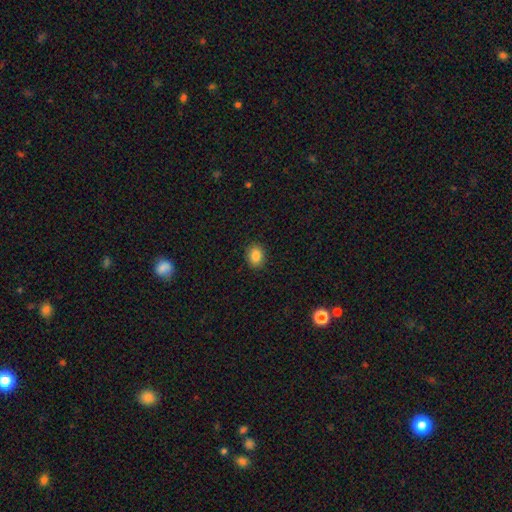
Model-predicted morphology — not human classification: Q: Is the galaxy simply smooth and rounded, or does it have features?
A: smooth — 86%.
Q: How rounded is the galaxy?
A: round — 51%.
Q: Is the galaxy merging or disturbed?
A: none — 89%.